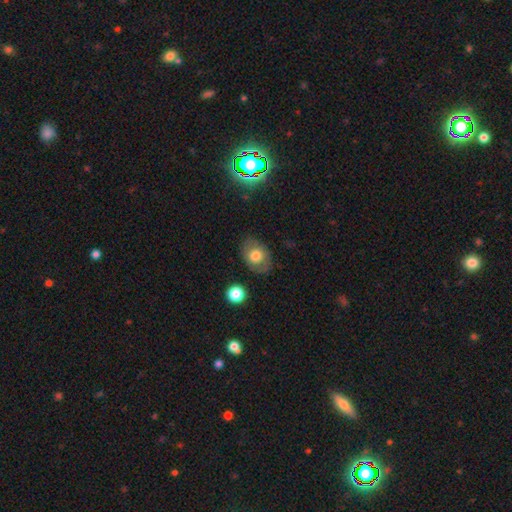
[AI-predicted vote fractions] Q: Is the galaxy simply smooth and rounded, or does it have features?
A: smooth — 72%.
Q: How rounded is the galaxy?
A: in between — 71%.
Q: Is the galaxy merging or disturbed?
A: none — 79%.